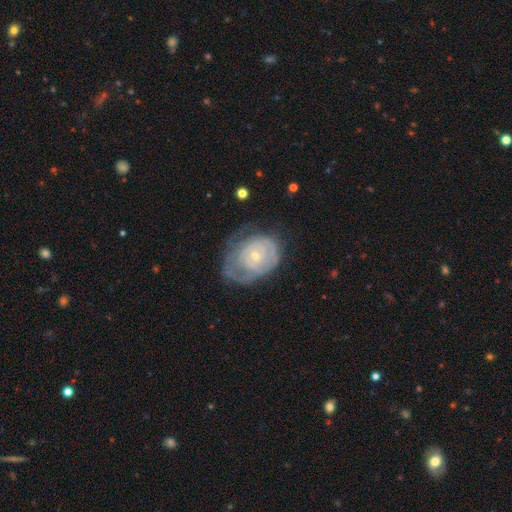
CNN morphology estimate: Smooth or featured? featured or disk (72%)
Edge-on disk? no (97%)
Bar? no (81%)
Spiral arms? yes (72%)
Bulge size? small (72%)
Merging? none (46%)